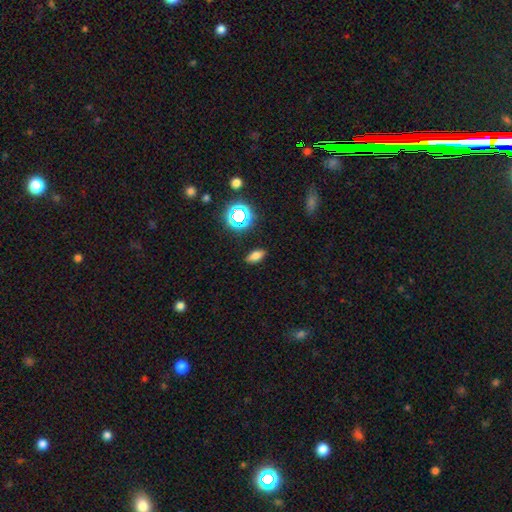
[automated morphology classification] The model was most divided on "smooth or featured": smooth: 70%, star or artifact: 18%, featured or disk: 12%. More confident: merging — none (87%); how rounded — in between (82%).